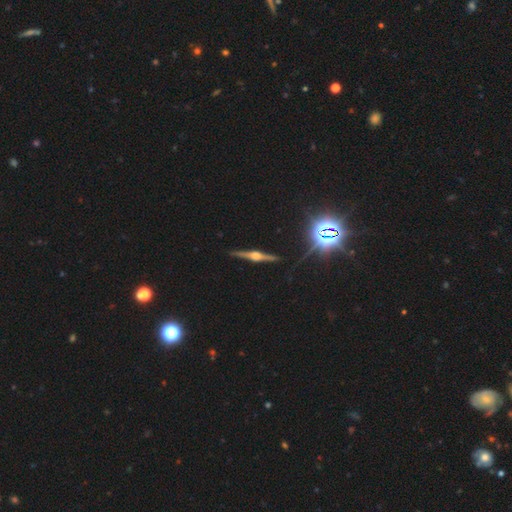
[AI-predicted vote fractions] Smooth or featured? featured or disk (83%)
Edge-on disk? yes (98%)
Edge-on bulge? rounded (89%)
Merging? none (91%)